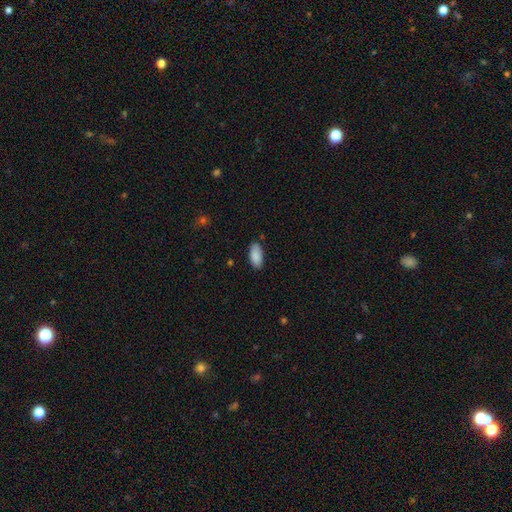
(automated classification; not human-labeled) The model was most divided on "merging": none: 84%, minor disturbance: 13%, major disturbance: 2%, merger: 1%. More confident: how rounded — in between (91%); smooth or featured — smooth (89%).